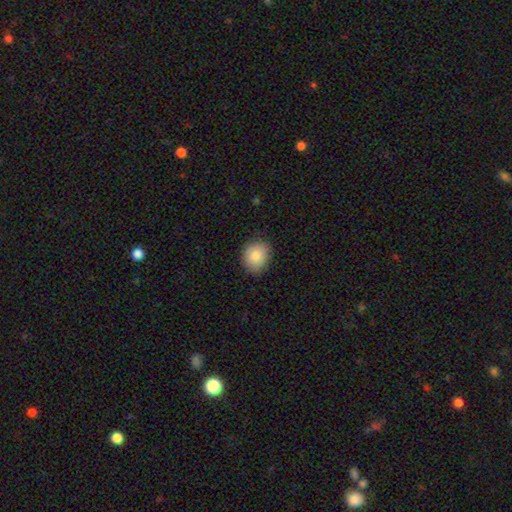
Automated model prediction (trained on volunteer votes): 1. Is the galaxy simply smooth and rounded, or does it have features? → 84% smooth, 8% star or artifact, 8% featured or disk.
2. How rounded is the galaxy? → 66% round, 33% in between, 1% cigar-shaped.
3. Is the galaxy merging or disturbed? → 84% none, 12% minor disturbance, 2% major disturbance, 1% merger.